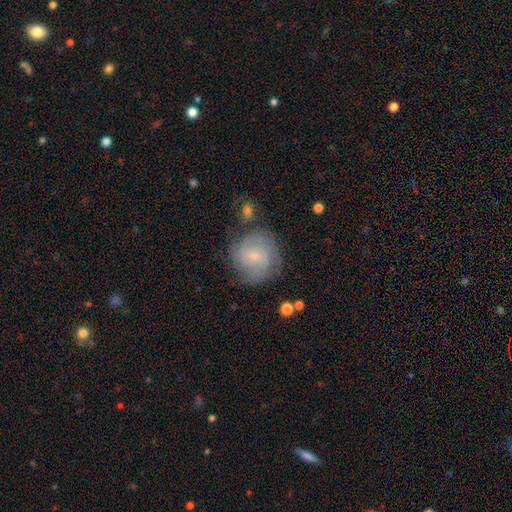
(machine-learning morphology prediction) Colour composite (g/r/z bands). It shows a featured or disk galaxy (61%) with no bar (59%), tight (52%) spiral arms (88%) and a small central bulge (76%). Merging: none (66%).